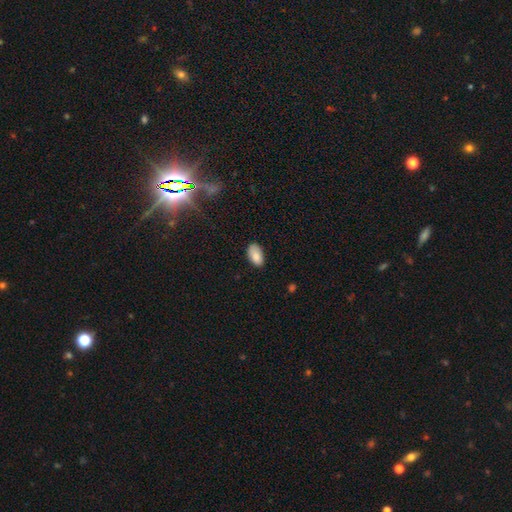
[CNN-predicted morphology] Smooth or featured: smooth — 84% (featured or disk — 9%)
How rounded: in between — 94% (round — 4%)
Merging: none — 73% (minor disturbance — 22%)